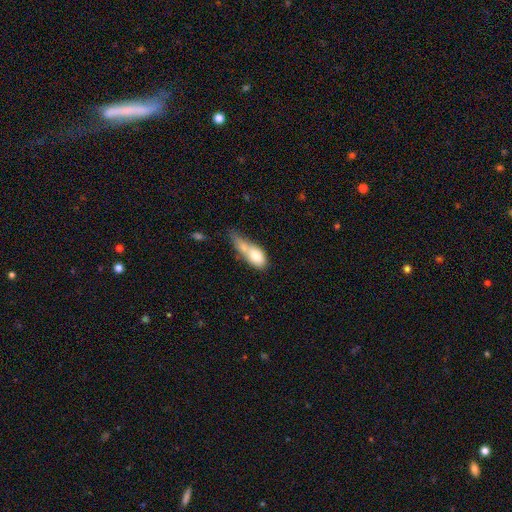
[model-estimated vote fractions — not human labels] smooth-or-featured: smooth: 72% | featured or disk: 20% | star or artifact: 8%
  how-rounded: in between: 73% | cigar-shaped: 17% | round: 10%
  merging: merger: 48% | minor disturbance: 18% | major disturbance: 18% | none: 16%